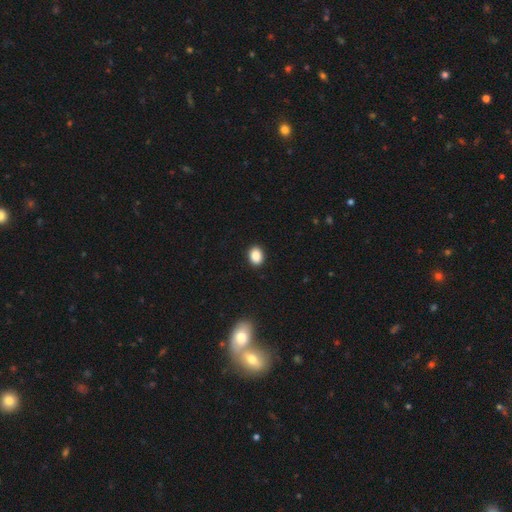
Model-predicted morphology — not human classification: Q: Smooth or featured?
A: smooth (87%); runner-up: star or artifact (9%)
Q: How rounded?
A: in between (63%); runner-up: round (36%)
Q: Merging?
A: none (92%); runner-up: minor disturbance (6%)